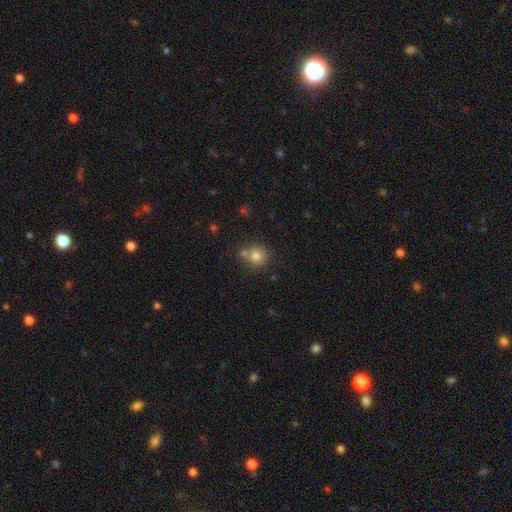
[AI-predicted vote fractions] Smooth or featured? Predicted: smooth (p=0.78). How rounded? Predicted: round (p=0.89). Merging? Predicted: none (p=0.67).